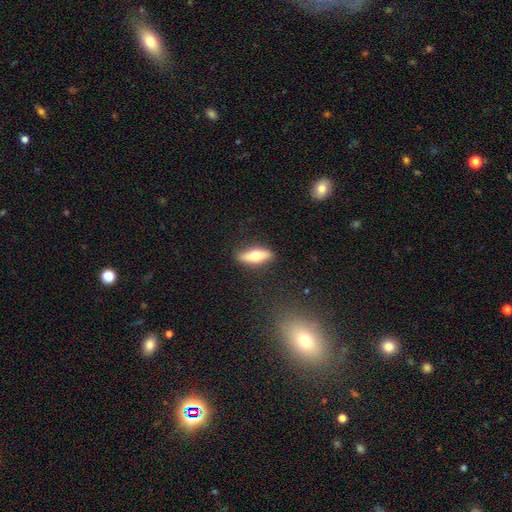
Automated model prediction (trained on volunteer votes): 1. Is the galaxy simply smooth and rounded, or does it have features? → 56% smooth, 38% featured or disk, 6% star or artifact.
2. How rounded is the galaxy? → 52% in between, 45% cigar-shaped, 3% round.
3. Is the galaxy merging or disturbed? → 87% none, 10% minor disturbance, 2% major disturbance, 1% merger.